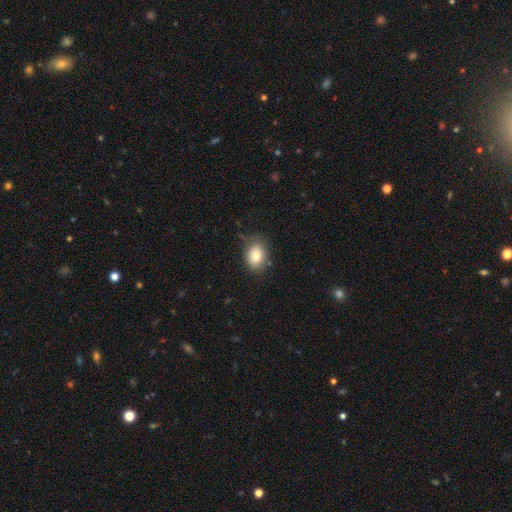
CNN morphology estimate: Q: Smooth or featured?
A: smooth (81%); runner-up: featured or disk (10%)
Q: How rounded?
A: in between (59%); runner-up: round (40%)
Q: Merging?
A: none (78%); runner-up: minor disturbance (17%)